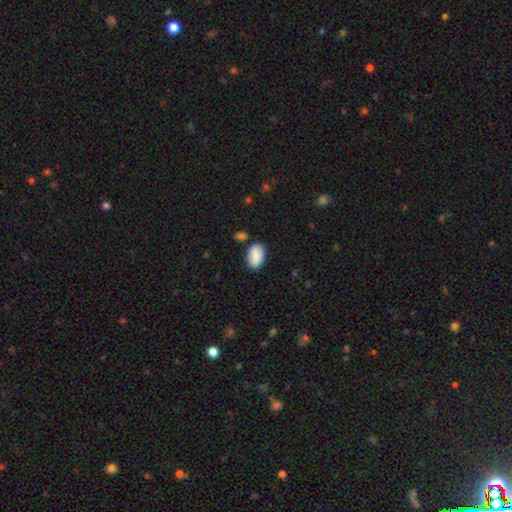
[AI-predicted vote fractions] Overall: smooth (87%). How rounded: in between (93%). Merging: none (77%).